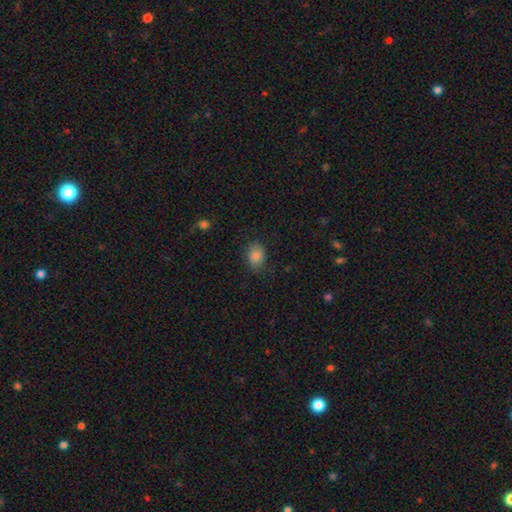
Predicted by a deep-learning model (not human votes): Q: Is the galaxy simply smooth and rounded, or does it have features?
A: smooth — 84%.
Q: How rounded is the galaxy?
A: in between — 65%.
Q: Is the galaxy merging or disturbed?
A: none — 80%.